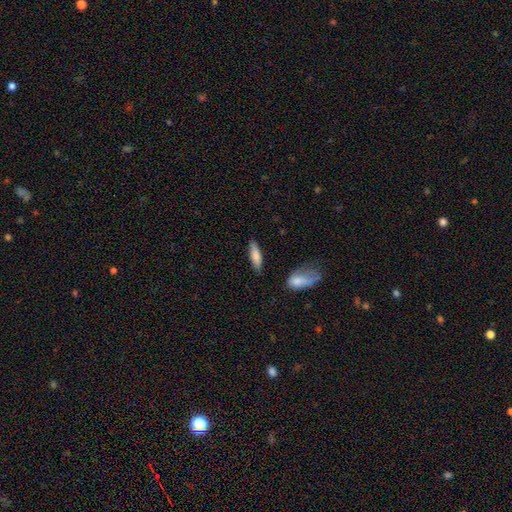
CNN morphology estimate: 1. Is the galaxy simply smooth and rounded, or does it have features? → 79% smooth, 16% featured or disk, 6% star or artifact.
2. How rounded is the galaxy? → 61% cigar-shaped, 37% in between, 2% round.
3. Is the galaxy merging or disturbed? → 81% none, 12% minor disturbance, 3% merger, 3% major disturbance.